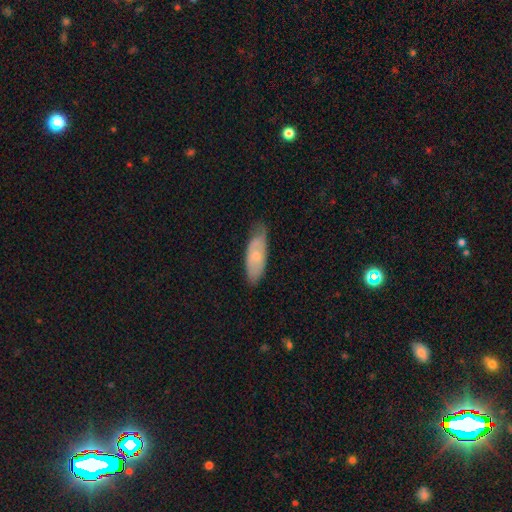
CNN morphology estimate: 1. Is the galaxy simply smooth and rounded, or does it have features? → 58% smooth, 36% featured or disk, 6% star or artifact.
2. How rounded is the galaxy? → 71% in between, 27% cigar-shaped, 2% round.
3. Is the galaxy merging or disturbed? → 61% none, 31% minor disturbance, 7% major disturbance, 2% merger.